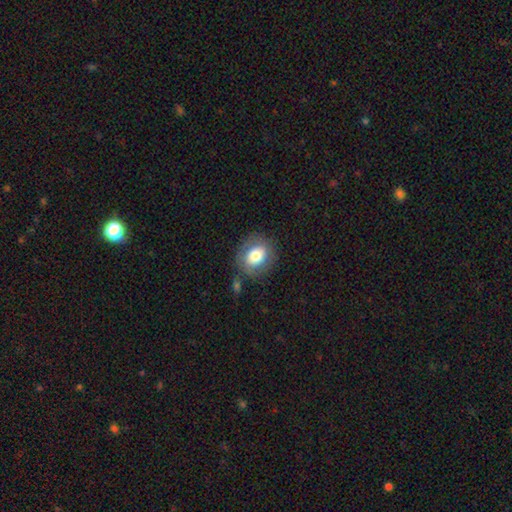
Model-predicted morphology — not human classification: The model was most divided on "how rounded": round: 61%, in between: 38%, cigar-shaped: 1%. More confident: merging — none (76%); smooth or featured — smooth (73%).